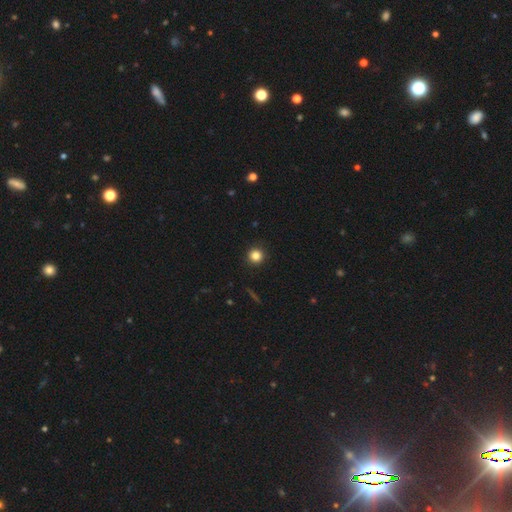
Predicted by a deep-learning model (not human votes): Smooth or featured?
  - smooth: 84% *
  - star or artifact: 12%
  - featured or disk: 5%
How rounded?
  - round: 95% *
  - in between: 4%
  - cigar-shaped: 1%
Merging?
  - none: 93% *
  - minor disturbance: 5%
  - major disturbance: 2%
  - merger: 1%